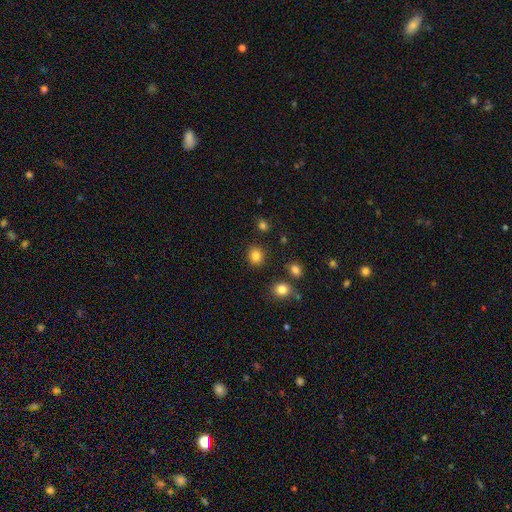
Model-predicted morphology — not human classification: Smooth or featured: smooth — 84% (star or artifact — 11%)
How rounded: round — 77% (in between — 22%)
Merging: none — 86% (minor disturbance — 8%)